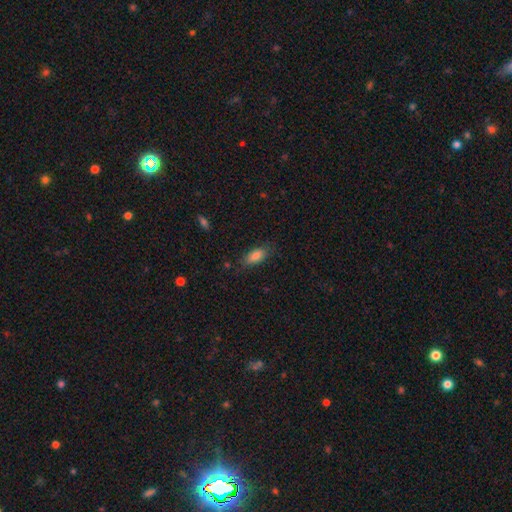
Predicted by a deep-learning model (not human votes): A smooth galaxy with no disk features (83%) that is in between round and cigar-shaped (85%).

Vote fractions:
- Smooth or featured? smooth: 83% / featured or disk: 9% / star or artifact: 8%
- How rounded? in between: 85% / cigar-shaped: 13% / round: 3%
- Merging? none: 77% / minor disturbance: 17% / major disturbance: 4% / merger: 1%